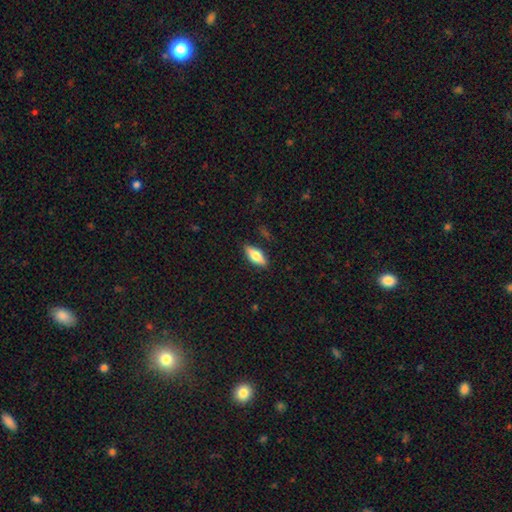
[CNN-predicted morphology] Overall: smooth (68%). How rounded: in between (75%). Merging: none (85%).